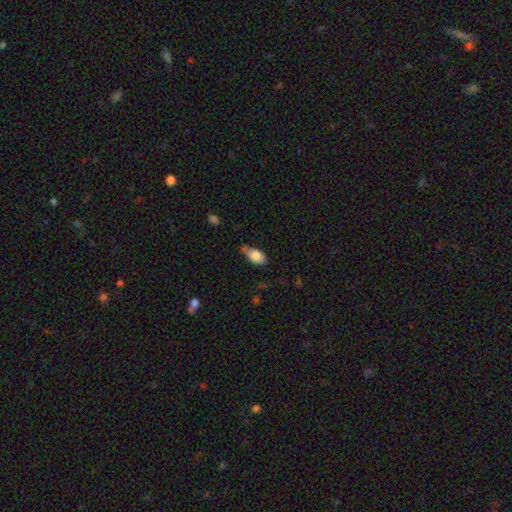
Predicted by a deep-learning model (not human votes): Q: Smooth or featured?
A: smooth (78%); runner-up: featured or disk (15%)
Q: How rounded?
A: in between (88%); runner-up: cigar-shaped (7%)
Q: Merging?
A: none (45%); runner-up: minor disturbance (40%)